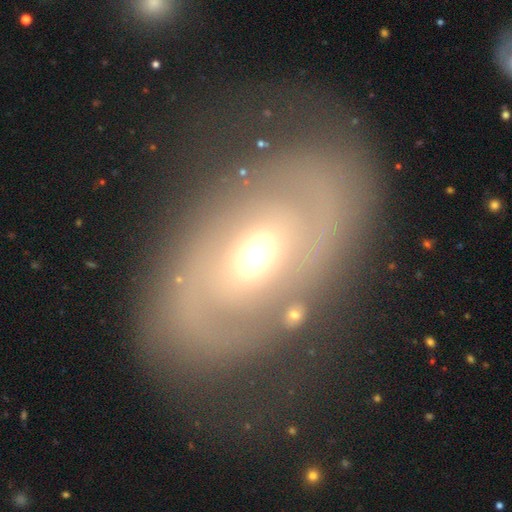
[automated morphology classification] featured or disk 50%, smooth 37%, star or artifact 12%. Down the decision tree: edge-on disk — no (86%); merging — none (64%).